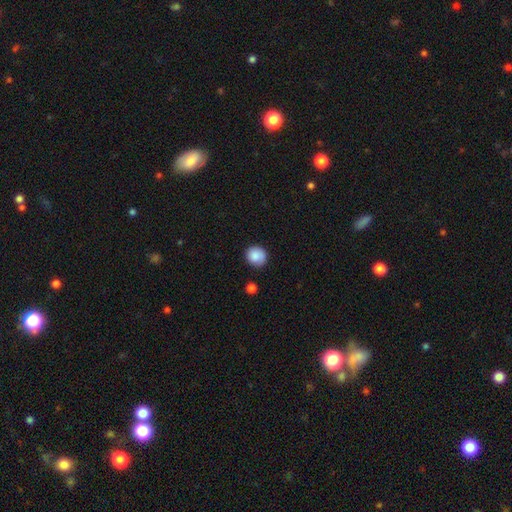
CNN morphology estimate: smooth_or_featured: smooth (p=0.86) [alt: star or artifact p=0.08]
how_rounded: round (p=0.87) [alt: in between p=0.13]
merging: none (p=0.83) [alt: minor disturbance p=0.13]